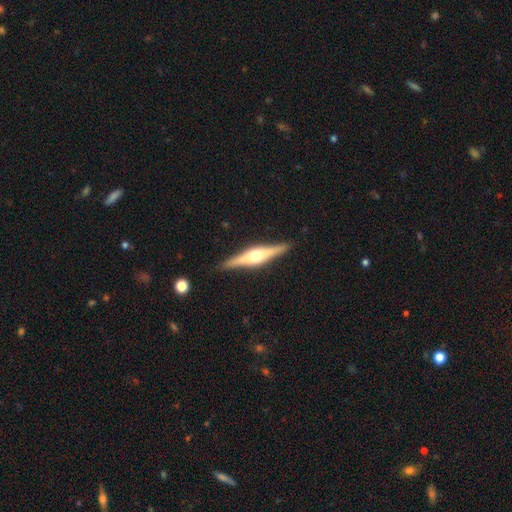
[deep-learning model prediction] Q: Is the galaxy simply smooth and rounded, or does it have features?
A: featured or disk — 78%.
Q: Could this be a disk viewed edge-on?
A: yes — 98%.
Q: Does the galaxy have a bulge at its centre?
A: rounded — 90%.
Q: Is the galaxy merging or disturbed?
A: none — 90%.